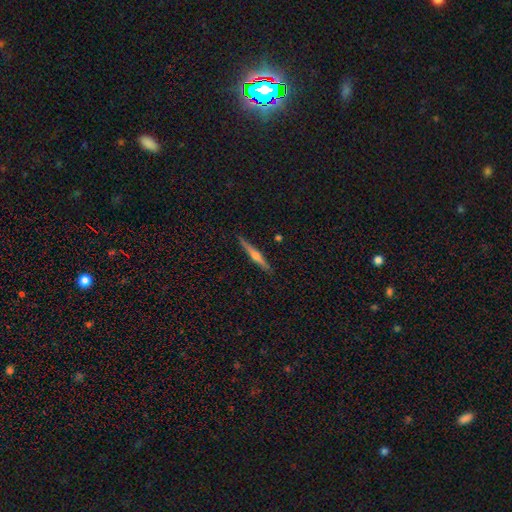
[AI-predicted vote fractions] Morphology: type=featured or disk (68%); edge-on=yes (98%); edge-on bulge=rounded (86%); merging=none (91%).